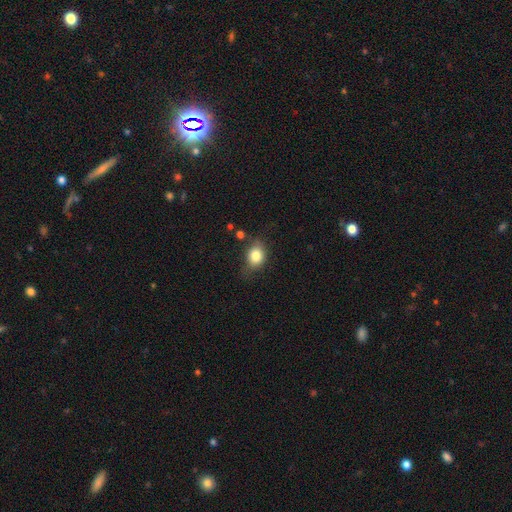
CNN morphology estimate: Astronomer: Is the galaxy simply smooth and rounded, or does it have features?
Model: smooth — 82%.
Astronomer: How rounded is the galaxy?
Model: in between — 51% (runner-up: round, 47%).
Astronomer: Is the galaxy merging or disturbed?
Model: none — 64%.